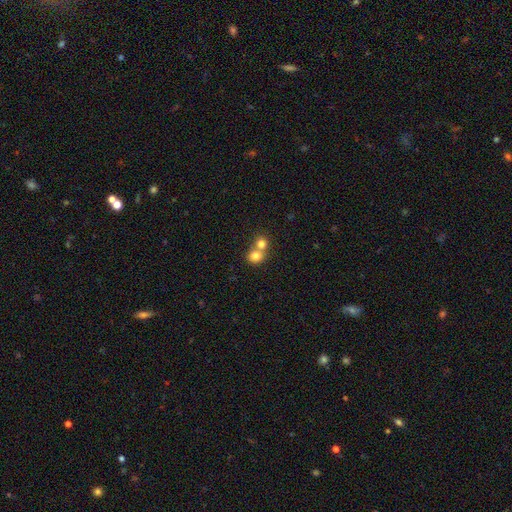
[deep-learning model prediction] Smooth or featured? smooth (78%)
How rounded? round (77%)
Merging? merger (60%)